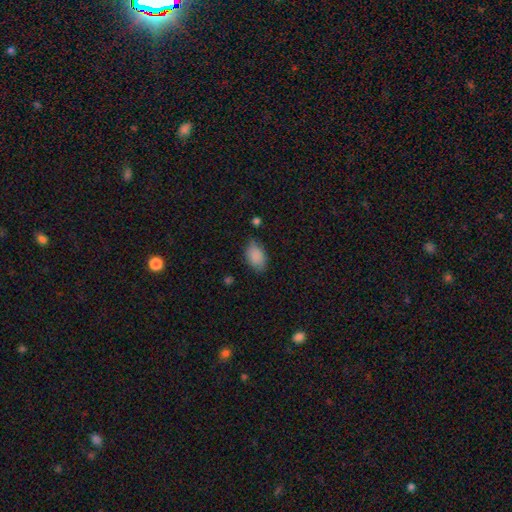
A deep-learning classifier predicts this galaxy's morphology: Smooth or featured? Predicted: smooth (p=0.88). How rounded? Predicted: in between (p=0.90). Merging? Predicted: none (p=0.70).